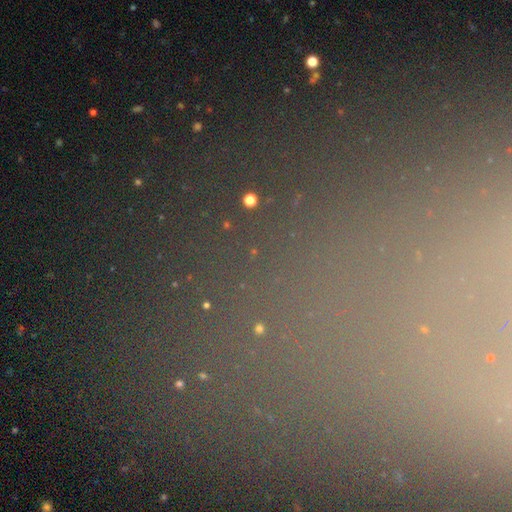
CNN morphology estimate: Smooth or featured? star or artifact (77%)